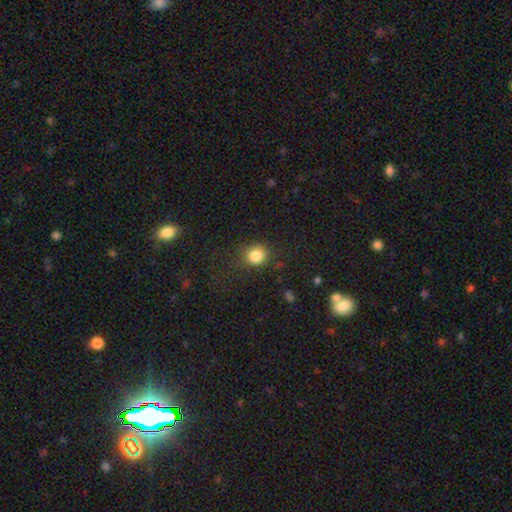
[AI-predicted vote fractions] This appears to be a smooth galaxy with no disk features (83%) that is round (82%). Merging: none (77%).